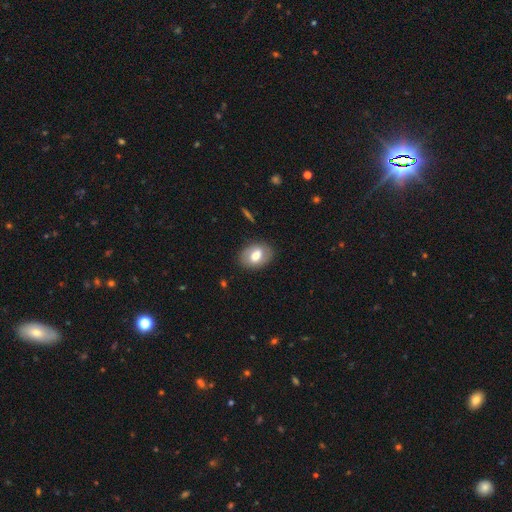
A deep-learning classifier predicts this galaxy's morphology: The model was most divided on "smooth or featured": smooth: 64%, featured or disk: 29%, star or artifact: 7%. More confident: merging — none (83%); how rounded — in between (74%).